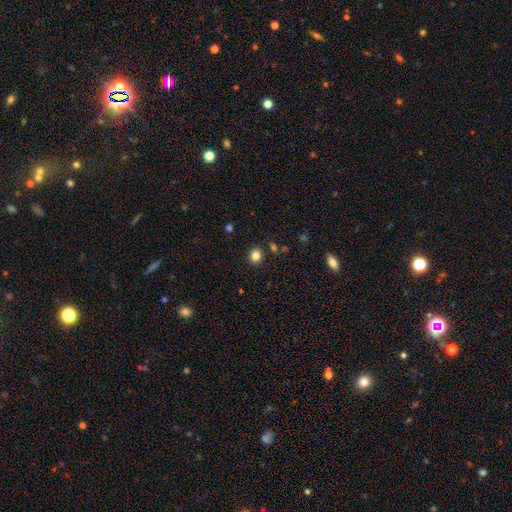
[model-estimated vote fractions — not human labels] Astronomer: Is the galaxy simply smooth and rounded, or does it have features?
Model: smooth — 83%.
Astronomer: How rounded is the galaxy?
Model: round — 64%.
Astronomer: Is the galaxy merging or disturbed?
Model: none — 88%.